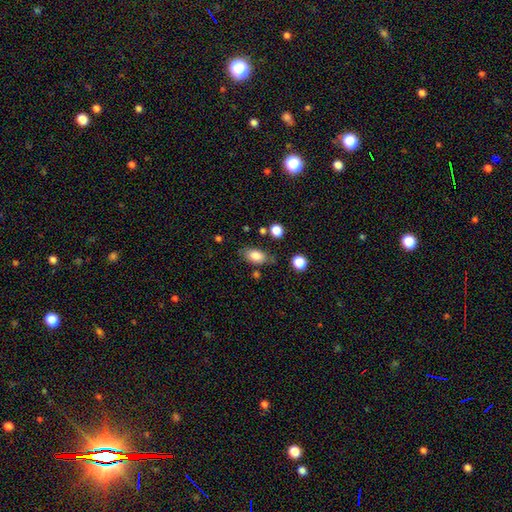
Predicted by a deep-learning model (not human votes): Smooth or featured?
  - smooth: 83% *
  - featured or disk: 9%
  - star or artifact: 8%
How rounded?
  - in between: 88% *
  - round: 8%
  - cigar-shaped: 5%
Merging?
  - none: 74% *
  - minor disturbance: 17%
  - major disturbance: 5%
  - merger: 5%